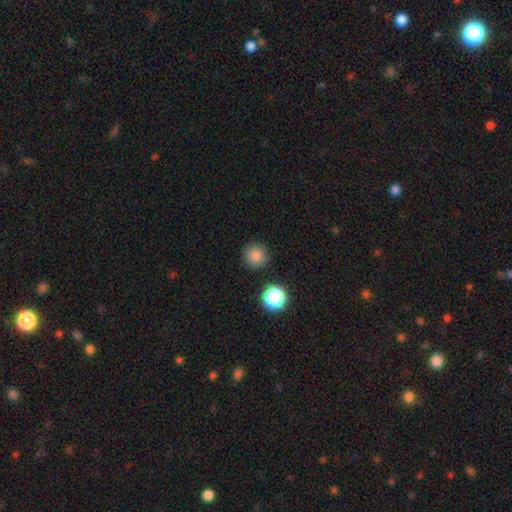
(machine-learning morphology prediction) Smooth or featured? Predicted: smooth (p=0.82). How rounded? Predicted: round (p=0.94). Merging? Predicted: none (p=0.89).